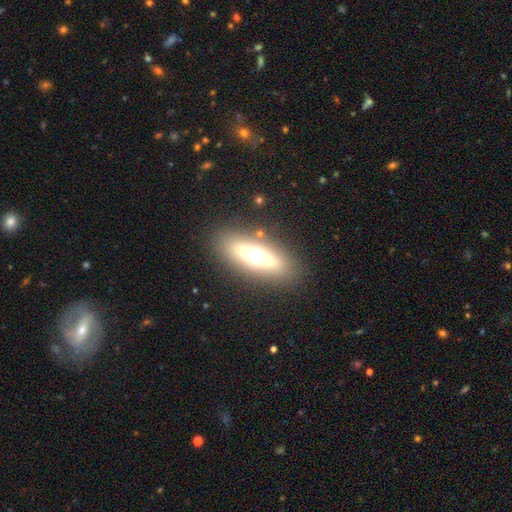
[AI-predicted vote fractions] A smooth galaxy with no disk features (53%) that is in between round and cigar-shaped (56%).

Vote fractions:
- Smooth or featured? smooth: 53% / featured or disk: 38% / star or artifact: 9%
- How rounded? in between: 56% / cigar-shaped: 40% / round: 4%
- Merging? none: 85% / minor disturbance: 9% / major disturbance: 4% / merger: 2%